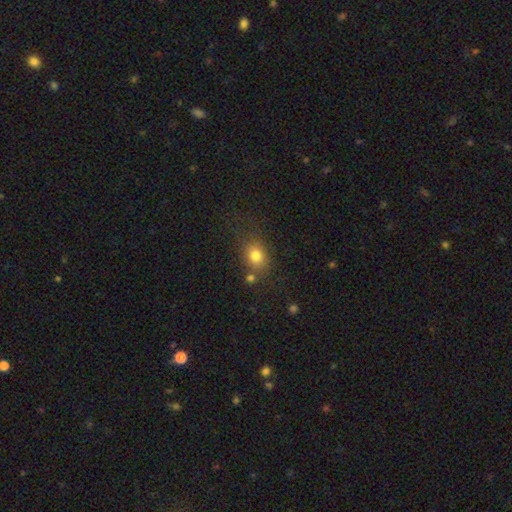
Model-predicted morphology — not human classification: The model was most divided on "how rounded": in between: 50%, round: 49%, cigar-shaped: 1%. More confident: smooth or featured — smooth (80%); merging — none (66%).